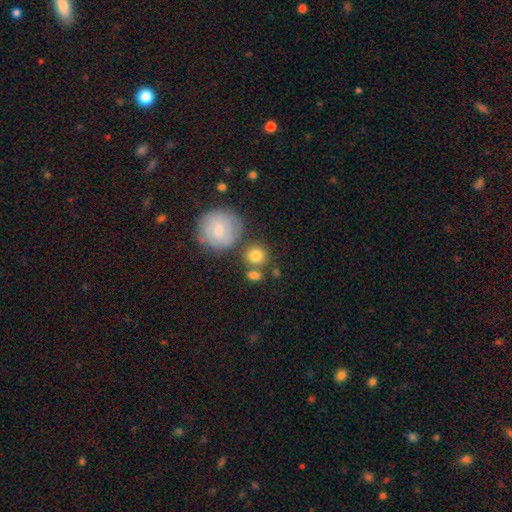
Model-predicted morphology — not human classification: The model was most divided on "merging": none: 70%, merger: 15%, minor disturbance: 11%, major disturbance: 4%. More confident: how rounded — round (89%); smooth or featured — smooth (77%).